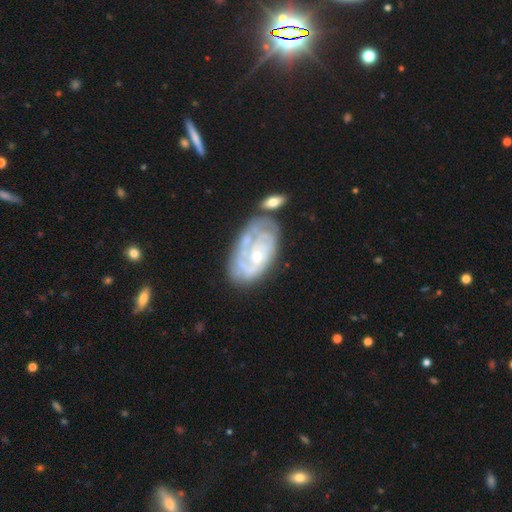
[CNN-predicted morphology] featured or disk 79%, smooth 15%, star or artifact 6%. Down the decision tree: edge-on disk — no (95%); bar — no (73%); spiral arms — yes (86%); spiral arm count — can't tell (44%); spiral winding — tight (64%); bulge size — small (57%); merging — none (49%).